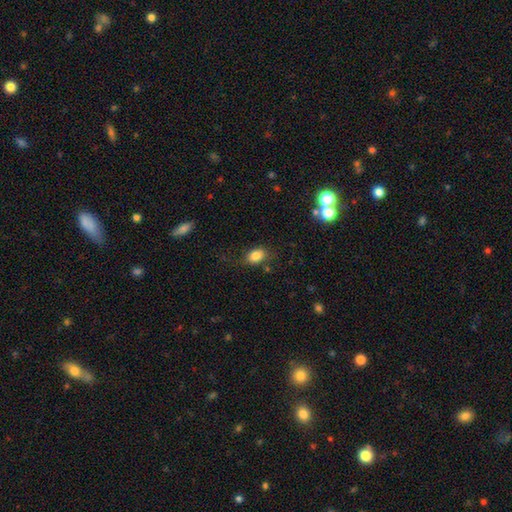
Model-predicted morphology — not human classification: Smooth or featured? Predicted: smooth (p=0.83). How rounded? Predicted: in between (p=0.75). Merging? Predicted: none (p=0.75).